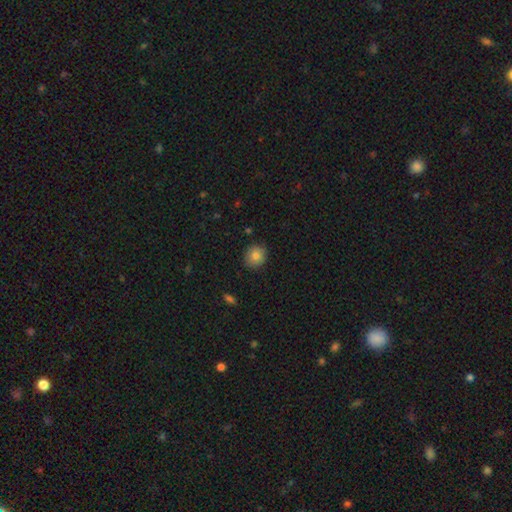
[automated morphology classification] type=smooth (83%); roundness=round (83%); merging=none (88%).